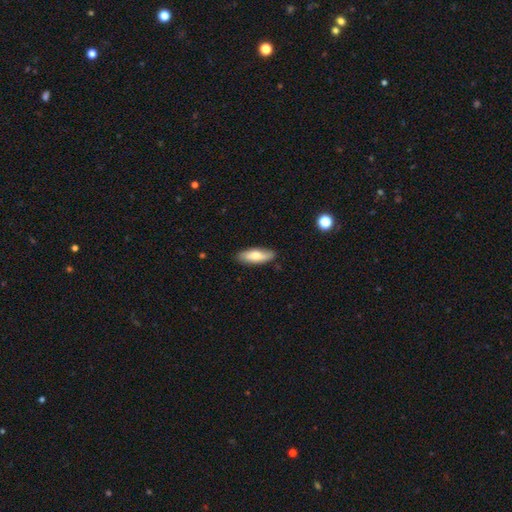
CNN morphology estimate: smooth 69%, featured or disk 25%, star or artifact 6%. Down the decision tree: how rounded — in between (69%); merging — none (85%).